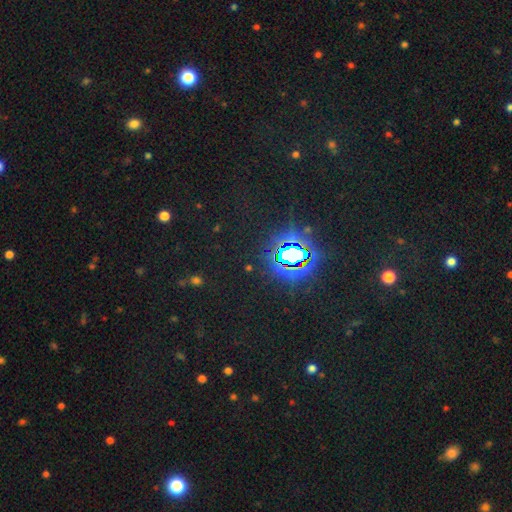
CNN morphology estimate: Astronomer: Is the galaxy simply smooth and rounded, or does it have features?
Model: star or artifact — 79%.